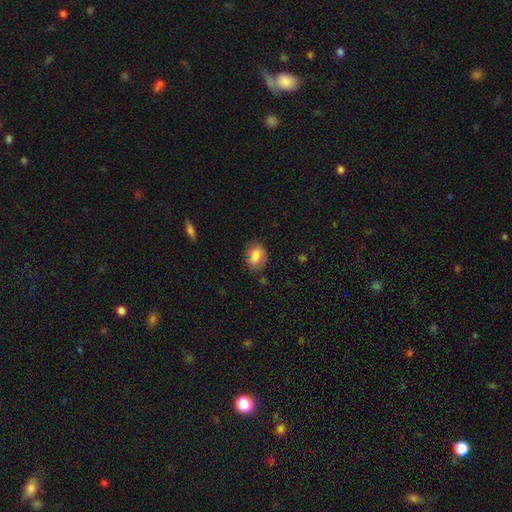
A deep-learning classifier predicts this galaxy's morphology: Smooth or featured? Predicted: smooth (p=0.84). How rounded? Predicted: in between (p=0.67). Merging? Predicted: none (p=0.79).